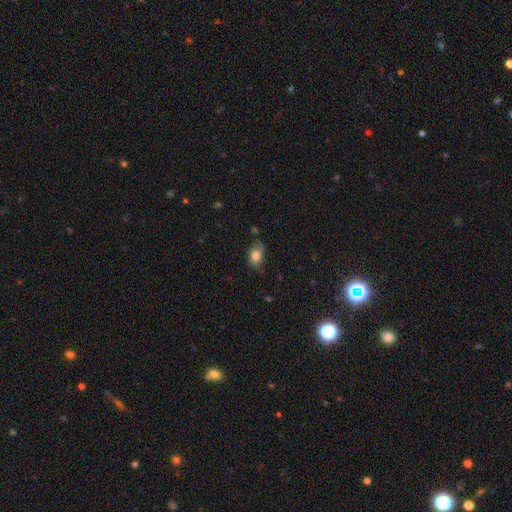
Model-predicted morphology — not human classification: This is likely a smooth galaxy (79%). How rounded: clearly in between (82%). Merging: likely none (64%).